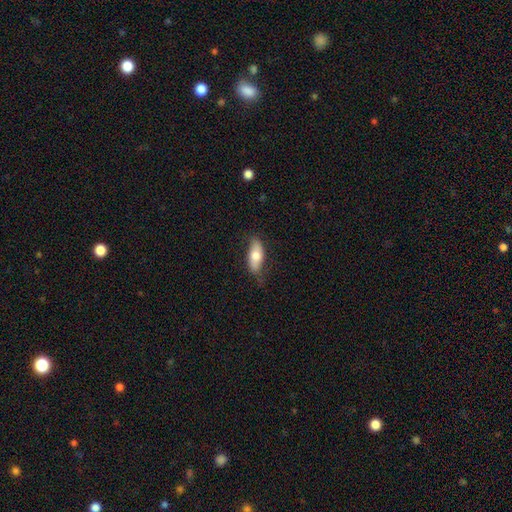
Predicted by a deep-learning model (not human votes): Smooth or featured? Predicted: smooth (p=0.66). How rounded? Predicted: in between (p=0.77). Merging? Predicted: none (p=0.69).